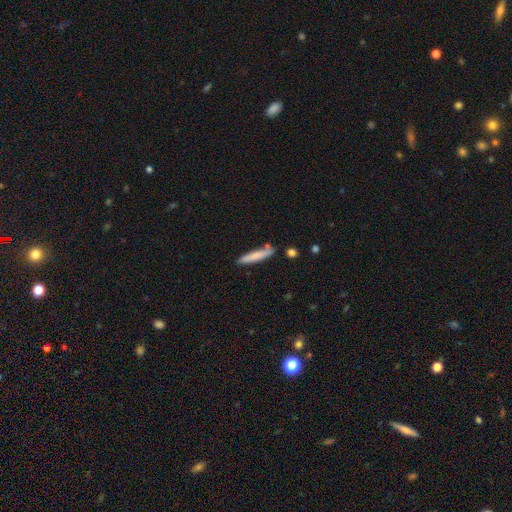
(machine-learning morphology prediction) This appears to be a smooth galaxy with no disk features (76%) that is cigar-shaped (90%). Merging: none (78%).